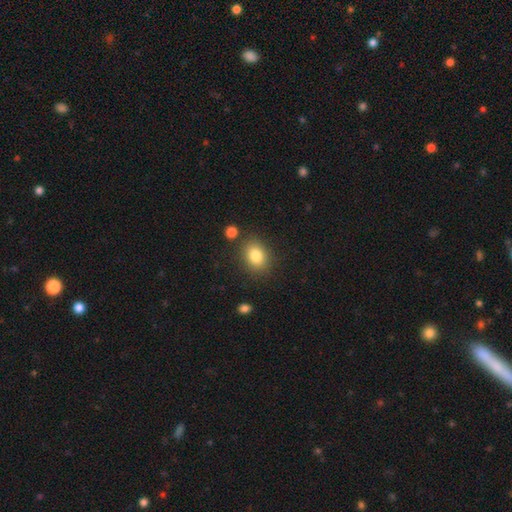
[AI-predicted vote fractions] Smooth or featured? smooth (83%)
How rounded? in between (60%)
Merging? none (82%)